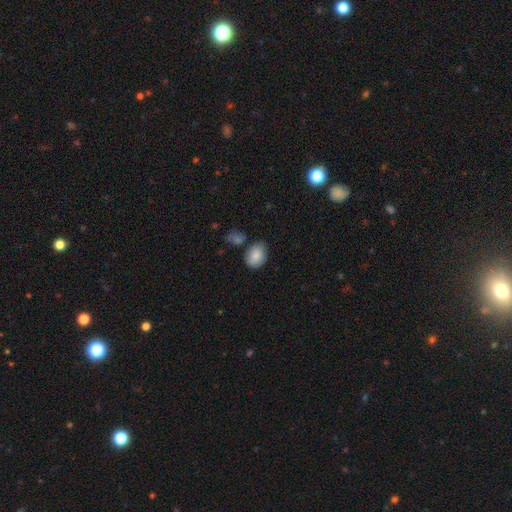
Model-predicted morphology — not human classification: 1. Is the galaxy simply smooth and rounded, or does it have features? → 85% smooth, 7% featured or disk, 7% star or artifact.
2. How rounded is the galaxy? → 77% in between, 22% round, 1% cigar-shaped.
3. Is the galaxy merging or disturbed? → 69% none, 19% minor disturbance, 8% merger, 4% major disturbance.